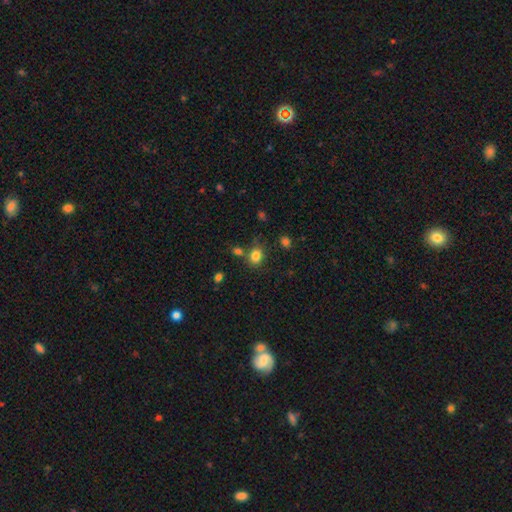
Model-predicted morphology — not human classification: smooth 82%, star or artifact 12%, featured or disk 6%. Down the decision tree: how rounded — round (53%); merging — none (70%).